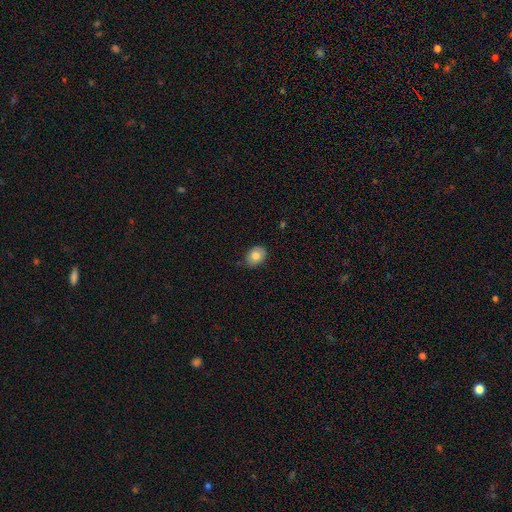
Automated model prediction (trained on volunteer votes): Smooth or featured?
  - smooth: 78% *
  - featured or disk: 13%
  - star or artifact: 8%
How rounded?
  - in between: 69% *
  - round: 30%
  - cigar-shaped: 1%
Merging?
  - none: 80% *
  - minor disturbance: 17%
  - major disturbance: 2%
  - merger: 1%